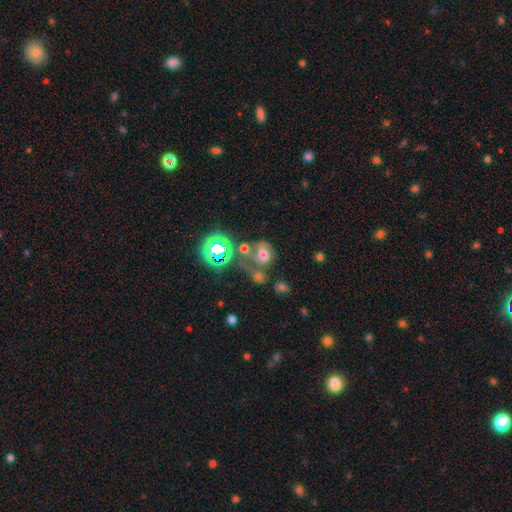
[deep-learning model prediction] Morphology: type=star or artifact (50%).